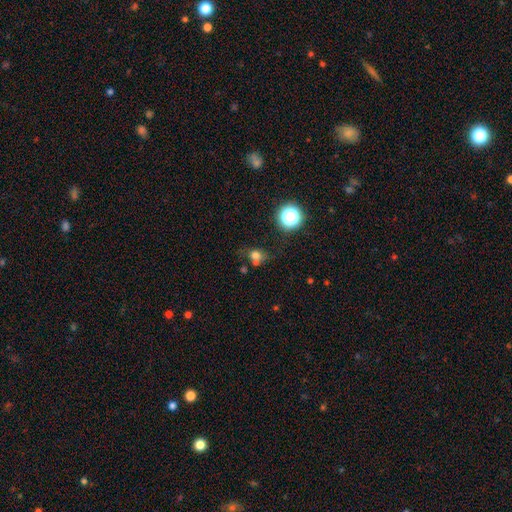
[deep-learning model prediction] smooth-or-featured: smooth: 67% | star or artifact: 21% | featured or disk: 11%
  how-rounded: round: 68% | in between: 30% | cigar-shaped: 1%
  merging: none: 51% | merger: 27% | minor disturbance: 15% | major disturbance: 7%